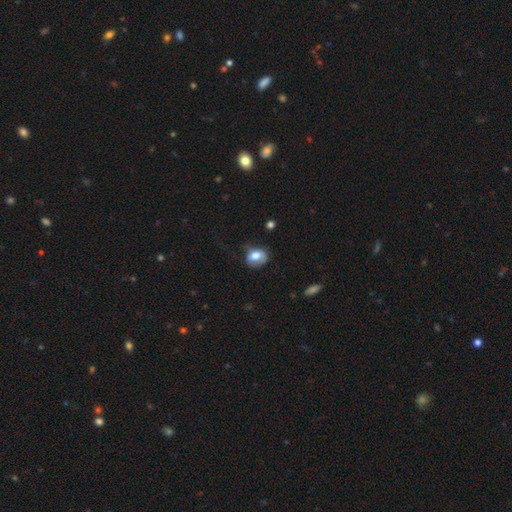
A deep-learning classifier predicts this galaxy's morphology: Smooth or featured? smooth (72%)
How rounded? in between (56%)
Merging? none (44%)